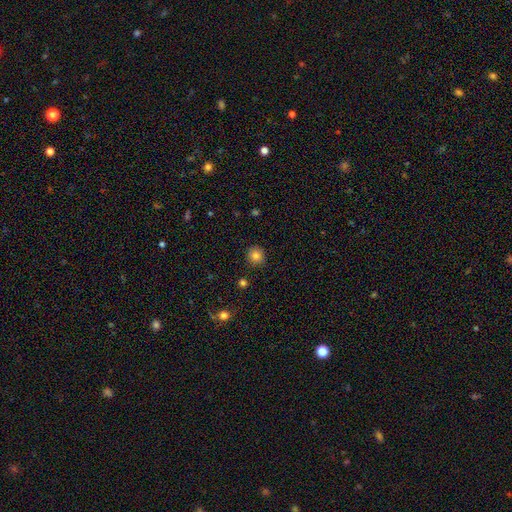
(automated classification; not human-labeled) Q: Smooth or featured?
A: smooth (82%); runner-up: star or artifact (11%)
Q: How rounded?
A: round (91%); runner-up: in between (8%)
Q: Merging?
A: none (90%); runner-up: minor disturbance (7%)